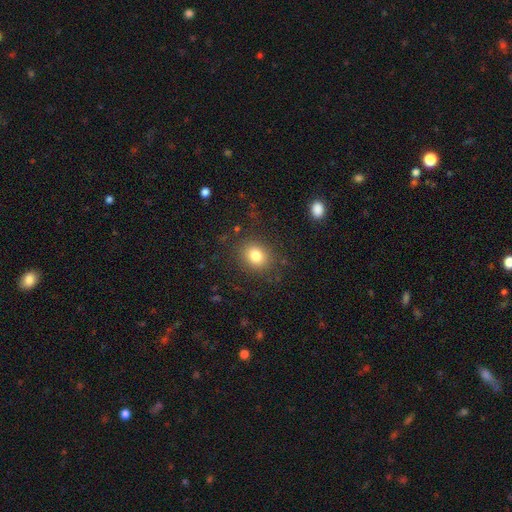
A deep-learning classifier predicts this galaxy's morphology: Q: Smooth or featured?
A: smooth (80%); runner-up: star or artifact (12%)
Q: How rounded?
A: round (66%); runner-up: in between (33%)
Q: Merging?
A: none (85%); runner-up: minor disturbance (10%)